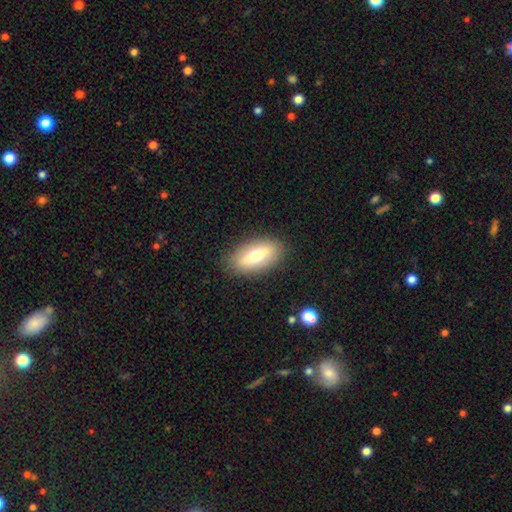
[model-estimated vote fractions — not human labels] smooth_or_featured: smooth (p=0.59) [alt: featured or disk p=0.33]
how_rounded: in between (p=0.84) [alt: cigar-shaped p=0.12]
merging: none (p=0.87) [alt: minor disturbance p=0.09]